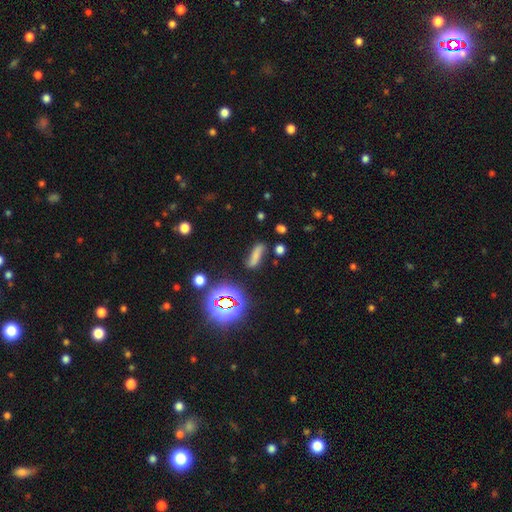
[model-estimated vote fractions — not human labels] This is possibly a smooth galaxy (58%). How rounded: likely cigar-shaped (62%). Merging: likely none (69%).